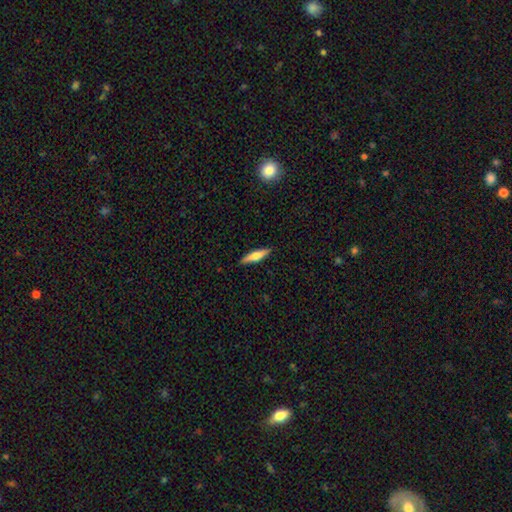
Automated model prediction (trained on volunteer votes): Morphology: type=smooth (52%); roundness=cigar-shaped (78%); merging=none (89%).